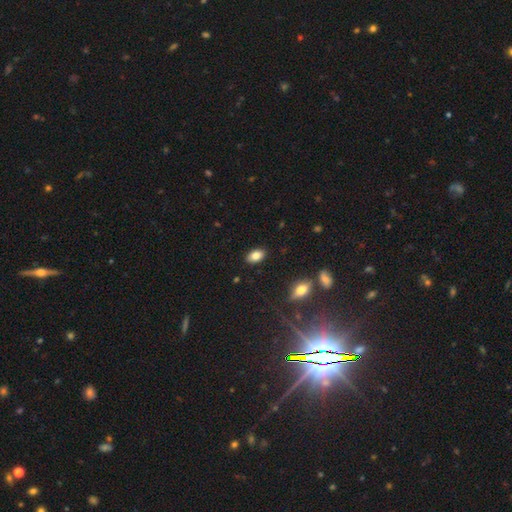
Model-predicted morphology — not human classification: This appears to be a smooth galaxy with no disk features (82%) that is in between round and cigar-shaped (91%). Merging: none (88%).